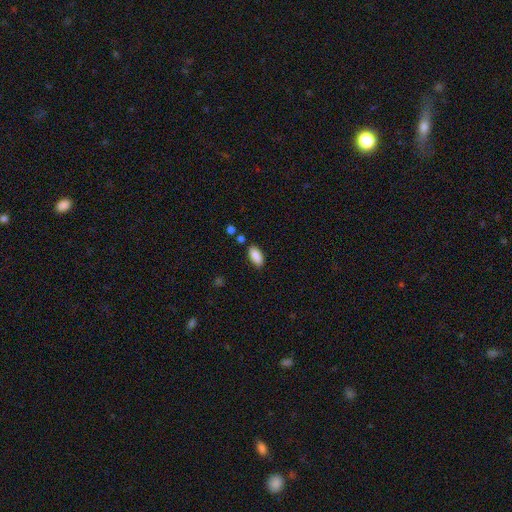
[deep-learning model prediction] A smooth galaxy with no disk features (89%) that is in between round and cigar-shaped (90%).

Vote fractions:
- Smooth or featured? smooth: 89% / star or artifact: 7% / featured or disk: 4%
- How rounded? in between: 90% / cigar-shaped: 8% / round: 2%
- Merging? none: 84% / minor disturbance: 11% / merger: 3% / major disturbance: 2%